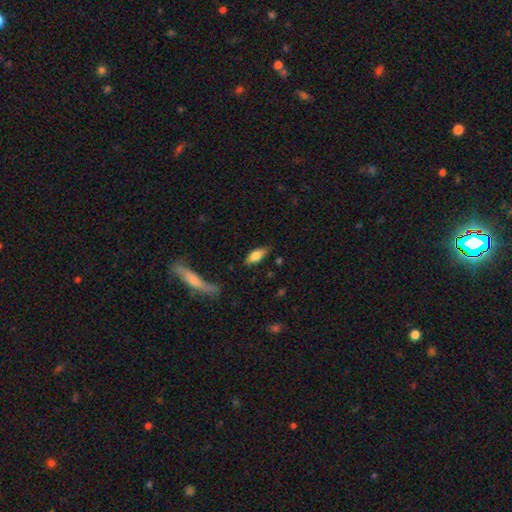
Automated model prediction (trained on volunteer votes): This appears to be a smooth galaxy with no disk features (71%) that is in between round and cigar-shaped (75%). Merging: none (80%).